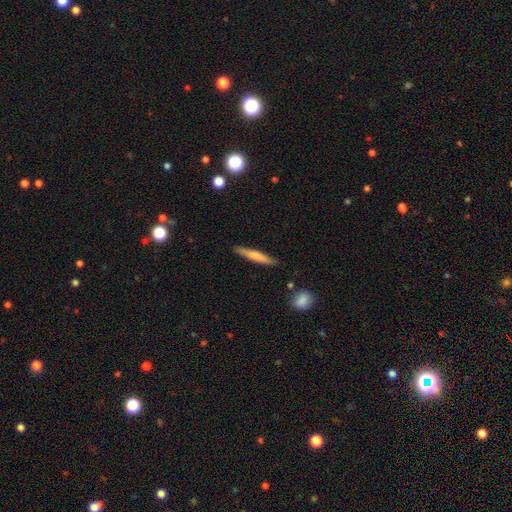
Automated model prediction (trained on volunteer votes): Q: Smooth or featured?
A: smooth (63%); runner-up: featured or disk (31%)
Q: How rounded?
A: cigar-shaped (92%); runner-up: in between (7%)
Q: Merging?
A: none (86%); runner-up: minor disturbance (10%)